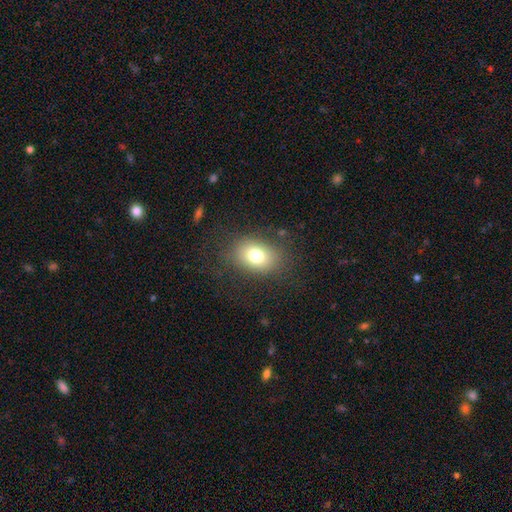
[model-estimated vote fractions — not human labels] A smooth galaxy with no disk features (77%) that is in between round and cigar-shaped (66%). Merging: none (80%).